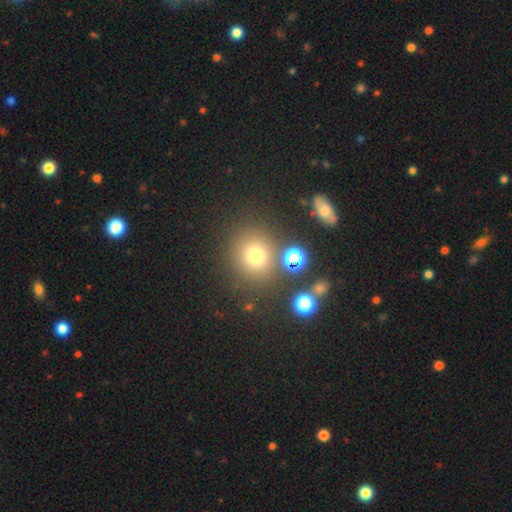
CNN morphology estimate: This appears to be a smooth galaxy with no disk features (72%) that is round (87%). Merging: none (80%).